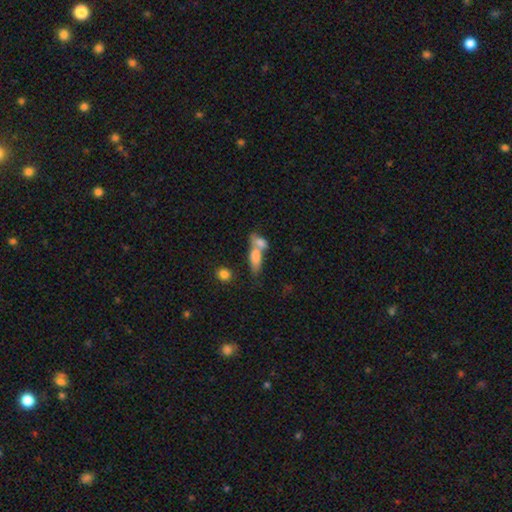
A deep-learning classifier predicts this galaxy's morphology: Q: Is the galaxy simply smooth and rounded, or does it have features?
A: smooth — 74%.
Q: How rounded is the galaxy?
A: in between — 73%.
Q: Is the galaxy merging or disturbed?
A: merger — 60%.